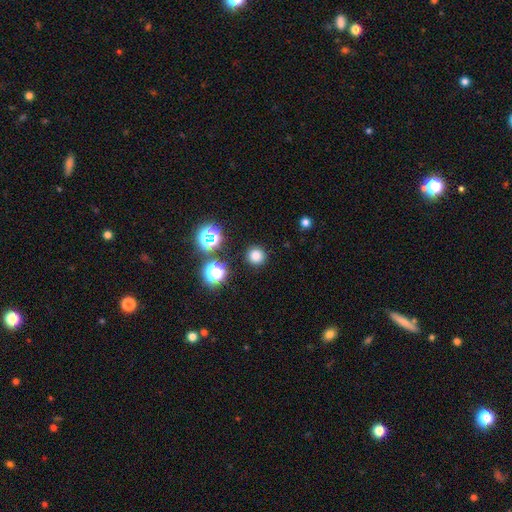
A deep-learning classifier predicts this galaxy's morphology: smooth_or_featured: smooth (p=0.75) [alt: star or artifact p=0.20]
how_rounded: round (p=0.95) [alt: in between p=0.04]
merging: none (p=0.90) [alt: minor disturbance p=0.06]